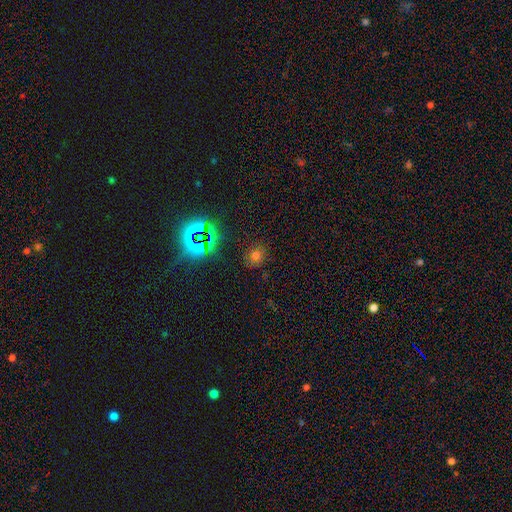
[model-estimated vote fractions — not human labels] smooth 63%, star or artifact 29%, featured or disk 8%. Down the decision tree: how rounded — round (72%); merging — none (85%).